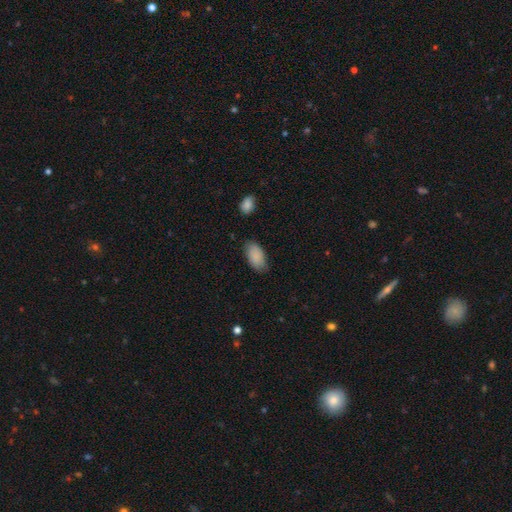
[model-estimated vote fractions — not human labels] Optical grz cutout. It shows a smooth galaxy with no disk features (88%) that is in between round and cigar-shaped (94%). Merging: none (75%).